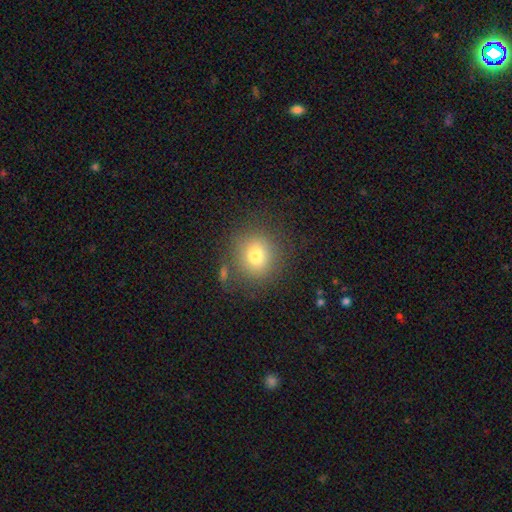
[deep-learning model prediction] Smooth or featured? Predicted: smooth (p=0.76). How rounded? Predicted: round (p=0.87). Merging? Predicted: none (p=0.82).